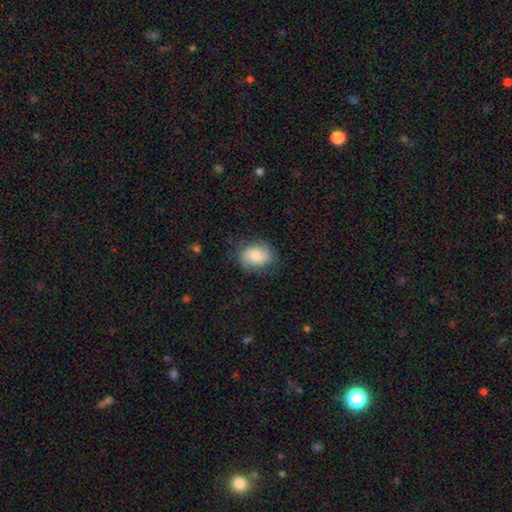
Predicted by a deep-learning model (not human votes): Overall: smooth (73%). How rounded: in between (56%; round 43%). Merging: none (72%).